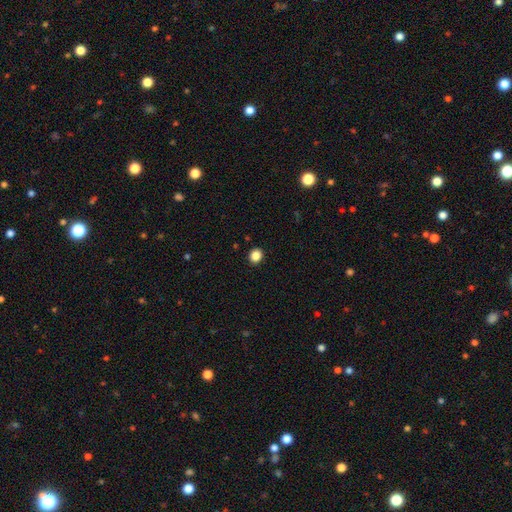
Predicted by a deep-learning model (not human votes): Morphology: type=smooth (87%); roundness=round (75%); merging=none (92%).